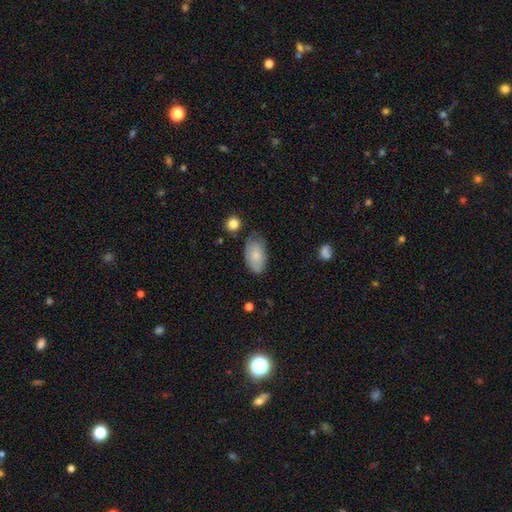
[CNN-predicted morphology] Smooth or featured?
  - smooth: 74% *
  - featured or disk: 20%
  - star or artifact: 6%
How rounded?
  - in between: 93% *
  - round: 5%
  - cigar-shaped: 2%
Merging?
  - none: 61% *
  - minor disturbance: 29%
  - major disturbance: 7%
  - merger: 3%